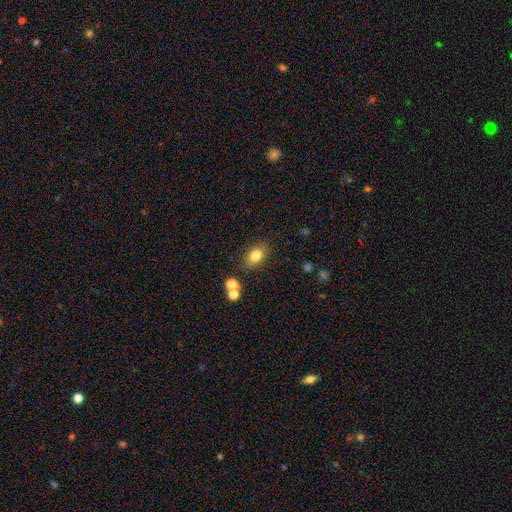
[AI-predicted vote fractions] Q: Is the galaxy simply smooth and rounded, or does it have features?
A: smooth — 80%.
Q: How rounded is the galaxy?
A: in between — 80%.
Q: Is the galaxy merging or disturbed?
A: none — 80%.